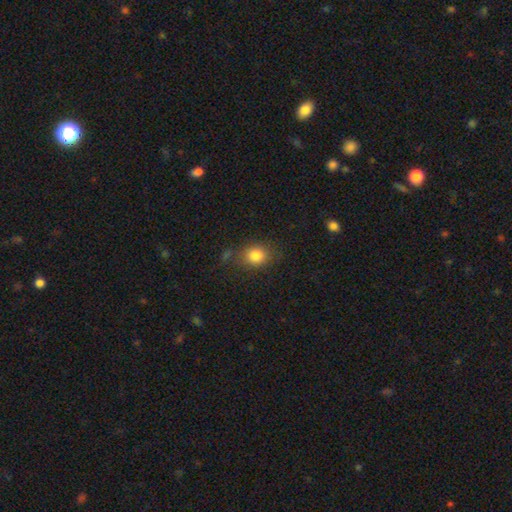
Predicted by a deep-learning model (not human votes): The model was most divided on "how rounded": round: 55%, in between: 43%, cigar-shaped: 1%. More confident: smooth or featured — smooth (82%); merging — none (73%).